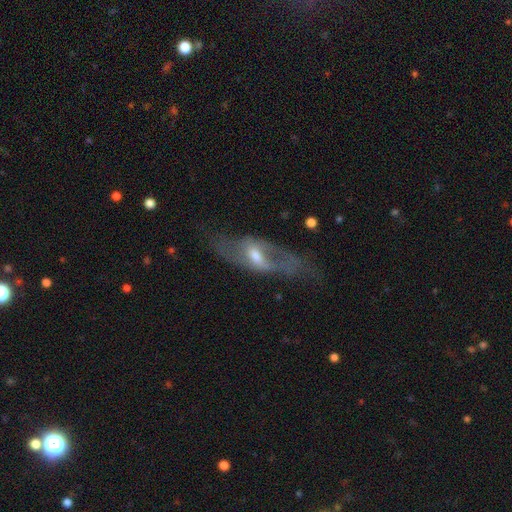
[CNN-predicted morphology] type=featured or disk (73%); edge-on=no (79%); bar=weak (46%); spiral arms=yes (67%); bulge=moderate (60%); merging=none (56%).